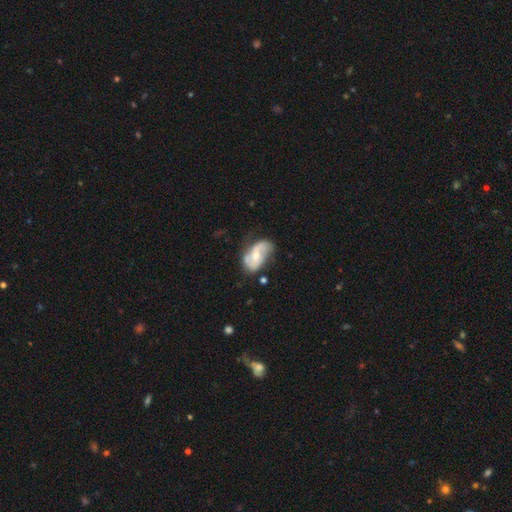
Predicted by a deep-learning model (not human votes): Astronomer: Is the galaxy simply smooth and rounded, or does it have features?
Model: featured or disk — 68%.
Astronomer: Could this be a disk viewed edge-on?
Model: no — 96%.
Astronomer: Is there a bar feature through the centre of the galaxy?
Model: no — 53% (runner-up: weak, 35%).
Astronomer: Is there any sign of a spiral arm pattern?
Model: yes — 83%.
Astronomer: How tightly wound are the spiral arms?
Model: loose — 50% (runner-up: medium, 35%).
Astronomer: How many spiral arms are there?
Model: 2 — 79%.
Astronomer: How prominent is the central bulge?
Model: moderate — 57% (runner-up: small, 37%).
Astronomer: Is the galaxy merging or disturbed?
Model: none — 50% (runner-up: minor disturbance, 31%).